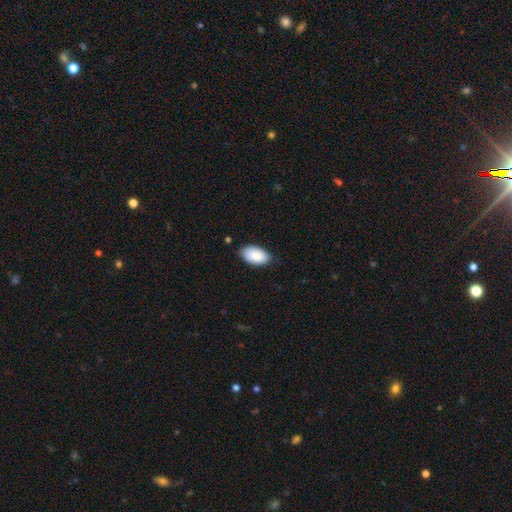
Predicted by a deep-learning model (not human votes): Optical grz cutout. It shows a smooth galaxy with no disk features (88%) that is in between round and cigar-shaped (95%). Merging: none (81%).